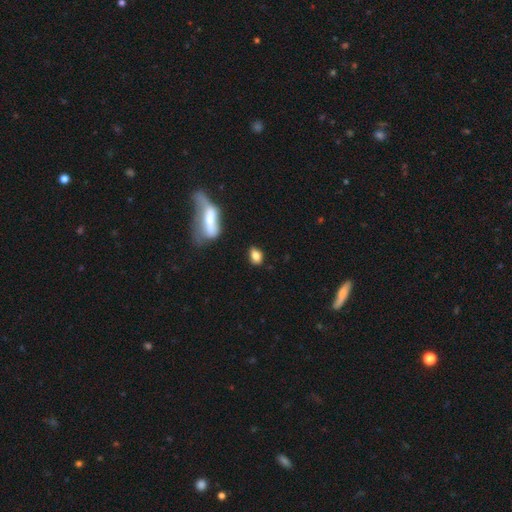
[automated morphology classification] Smooth or featured? Predicted: smooth (p=0.80). How rounded? Predicted: in between (p=0.75). Merging? Predicted: none (p=0.69).